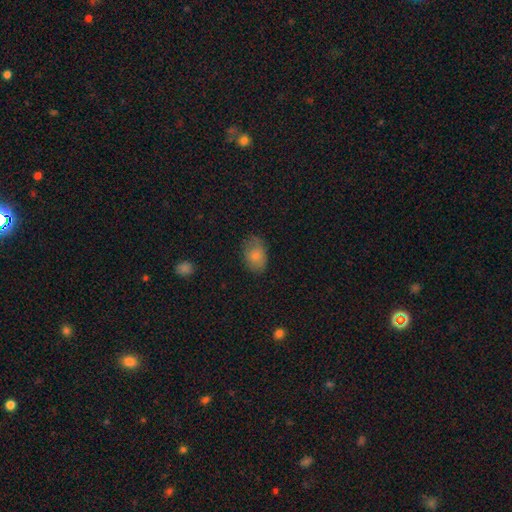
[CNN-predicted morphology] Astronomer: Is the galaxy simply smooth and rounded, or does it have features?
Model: smooth — 80%.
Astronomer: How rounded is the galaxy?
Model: in between — 81%.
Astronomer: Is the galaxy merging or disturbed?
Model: none — 65%.